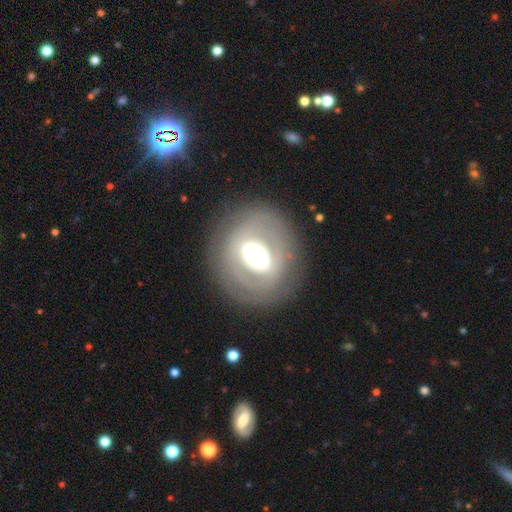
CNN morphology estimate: smooth_or_featured: featured or disk (p=0.62) [alt: smooth p=0.30]
disk_edge_on: no (p=0.94) [alt: yes p=0.06]
bar: no (p=0.38) [alt: strong p=0.33]
has_spiral_arms: no (p=0.74) [alt: yes p=0.26]
bulge_size: moderate (p=0.51) [alt: large p=0.34]
merging: none (p=0.80) [alt: minor disturbance p=0.11]